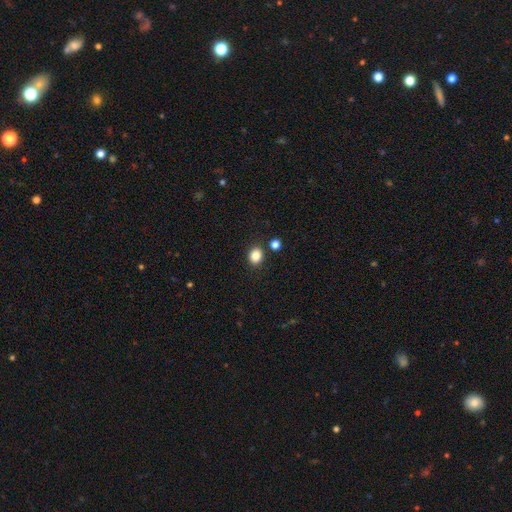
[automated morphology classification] smooth-or-featured: smooth: 85% | star or artifact: 11% | featured or disk: 4%
  how-rounded: round: 59% | in between: 40% | cigar-shaped: 1%
  merging: none: 85% | minor disturbance: 8% | merger: 5% | major disturbance: 2%